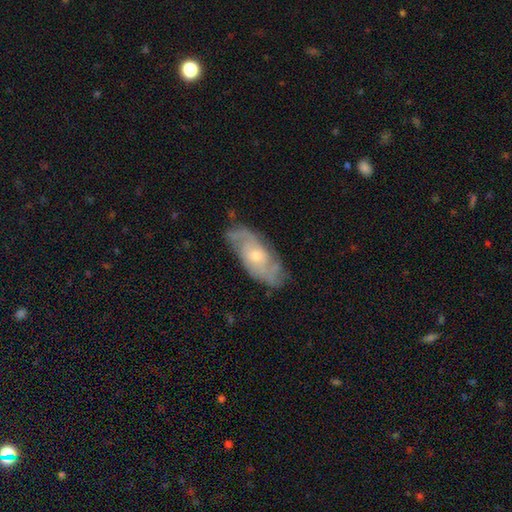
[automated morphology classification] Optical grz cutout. It shows a featured or disk galaxy (74%) with no bar (71%), 2 (44%) tight (44%) spiral arms (88%) and a small central bulge (49%). Merging: none (73%).